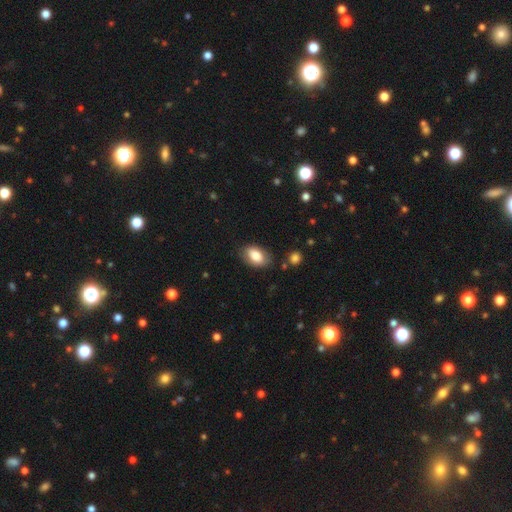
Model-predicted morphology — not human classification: smooth-or-featured: smooth: 81% | featured or disk: 12% | star or artifact: 7%
  how-rounded: in between: 91% | round: 7% | cigar-shaped: 2%
  merging: none: 80% | minor disturbance: 14% | major disturbance: 3% | merger: 2%